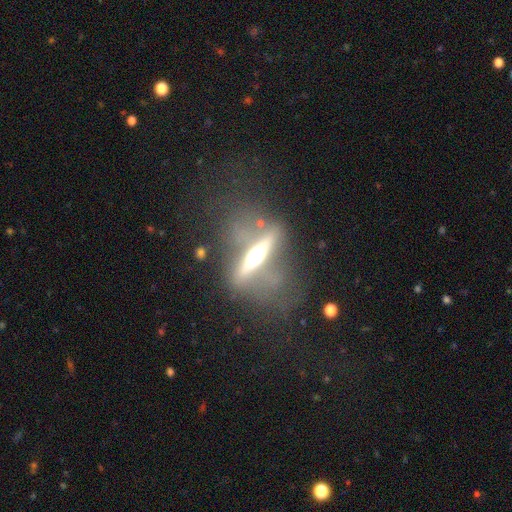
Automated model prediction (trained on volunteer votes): smooth-or-featured: featured or disk: 72% | smooth: 19% | star or artifact: 10%
  disk-edge-on: yes: 83% | no: 17%
    edge-on-bulge: rounded: 92% | boxy: 6% | none: 2%
  merging: none: 58% | major disturbance: 21% | minor disturbance: 16% | merger: 5%